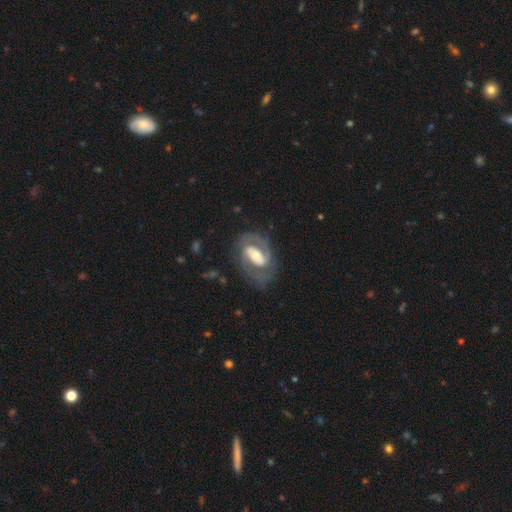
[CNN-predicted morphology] This appears to be a featured or disk galaxy (85%) with a strong bar (42%), 2 (86%) medium (47%) spiral arms (90%) and a moderate central bulge (62%). Merging: none (72%).